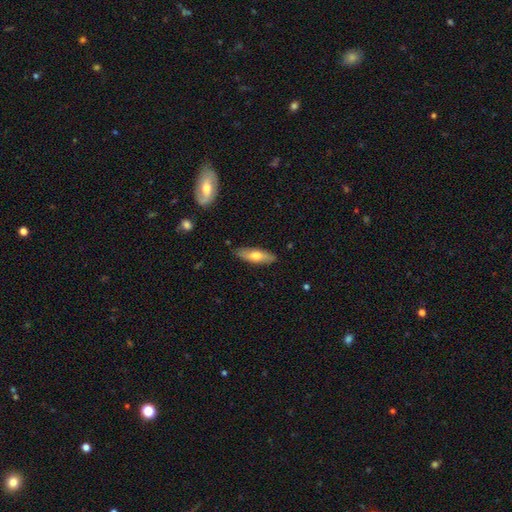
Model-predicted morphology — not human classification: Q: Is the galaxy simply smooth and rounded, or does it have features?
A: smooth — 63%.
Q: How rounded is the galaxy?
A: cigar-shaped — 51%.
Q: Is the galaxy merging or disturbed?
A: none — 85%.